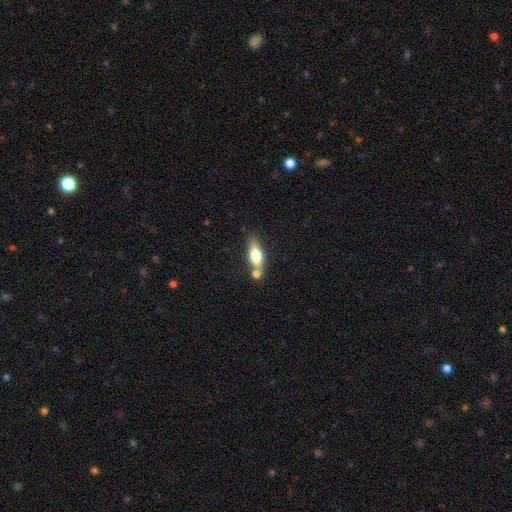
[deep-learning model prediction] Morphology: type=smooth (63%); roundness=in between (62%); merging=none (53%).